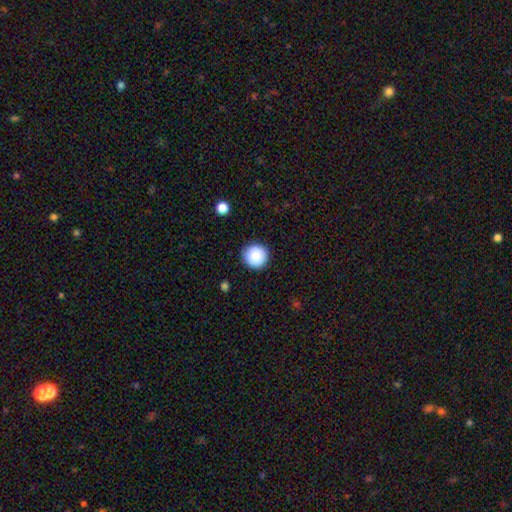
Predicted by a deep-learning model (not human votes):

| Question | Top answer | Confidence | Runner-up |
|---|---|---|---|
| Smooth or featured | smooth | 87% | star or artifact (8%) |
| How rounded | round | 95% | in between (4%) |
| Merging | none | 90% | minor disturbance (7%) |